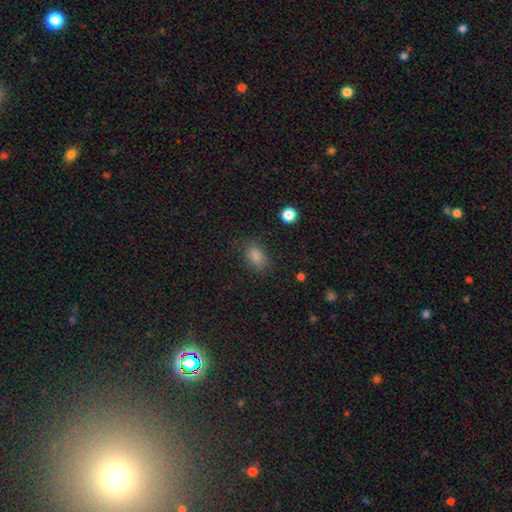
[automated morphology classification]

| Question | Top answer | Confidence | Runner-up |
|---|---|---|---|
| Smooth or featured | smooth | 82% | star or artifact (13%) |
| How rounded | in between | 80% | round (18%) |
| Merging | none | 83% | minor disturbance (12%) |